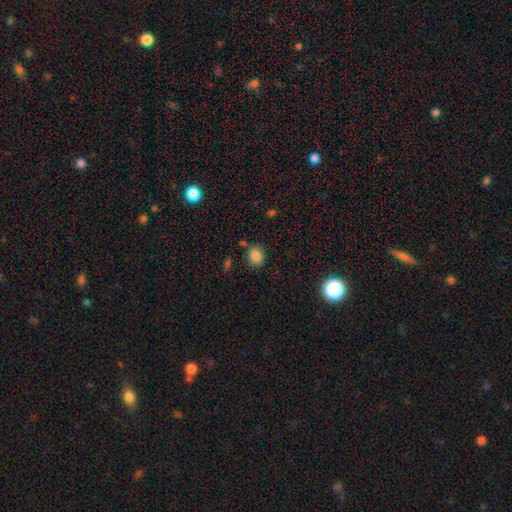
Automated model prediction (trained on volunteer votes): A smooth galaxy with no disk features (82%) that is round (55%).

Vote fractions:
- Smooth or featured? smooth: 82% / star or artifact: 12% / featured or disk: 7%
- How rounded? round: 55% / in between: 43% / cigar-shaped: 1%
- Merging? none: 77% / minor disturbance: 14% / merger: 5% / major disturbance: 3%